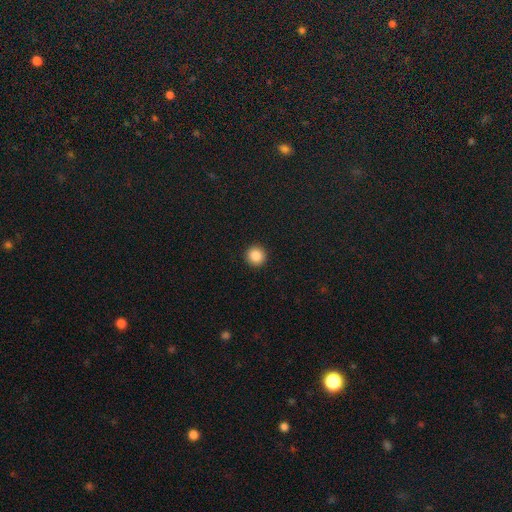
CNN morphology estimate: This is clearly a smooth galaxy (87%). How rounded: clearly round (95%). Merging: clearly none (93%).